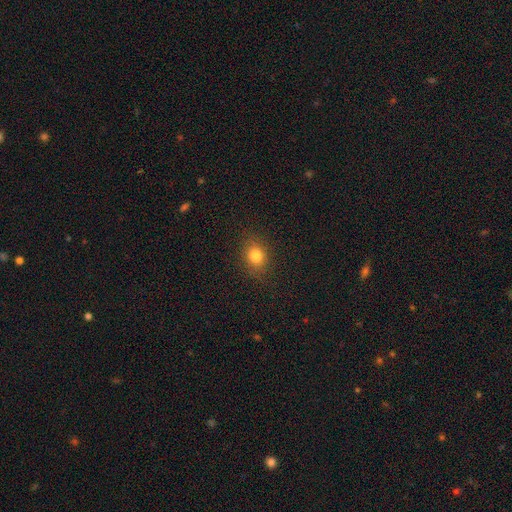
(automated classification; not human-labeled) Overall: smooth (81%). How rounded: round (56%; in between 43%). Merging: none (86%).